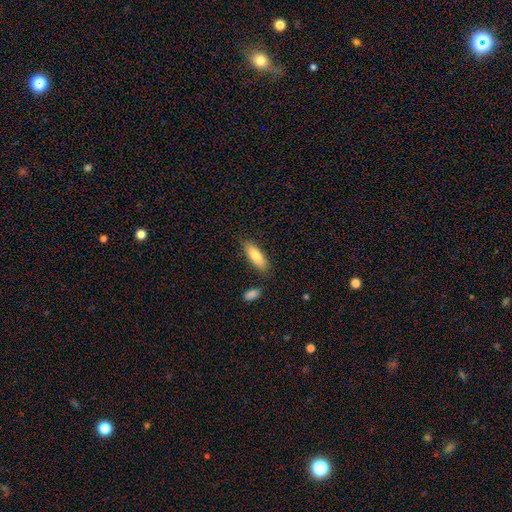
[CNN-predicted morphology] smooth 82%, featured or disk 12%, star or artifact 6%. Down the decision tree: how rounded — in between (65%); merging — none (80%).